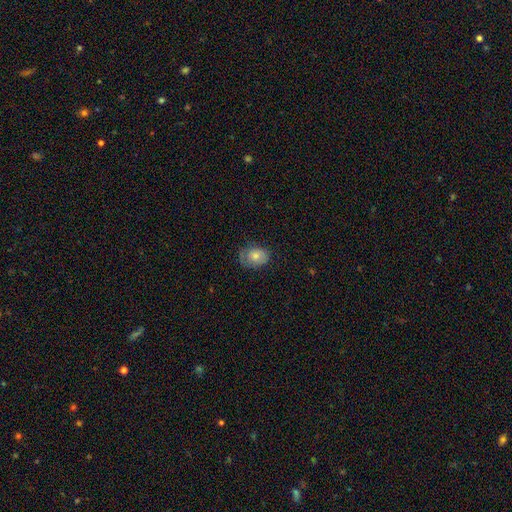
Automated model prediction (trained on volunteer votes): A smooth galaxy with no disk features (63%) that is in between round and cigar-shaped (62%). Merging: none (64%).